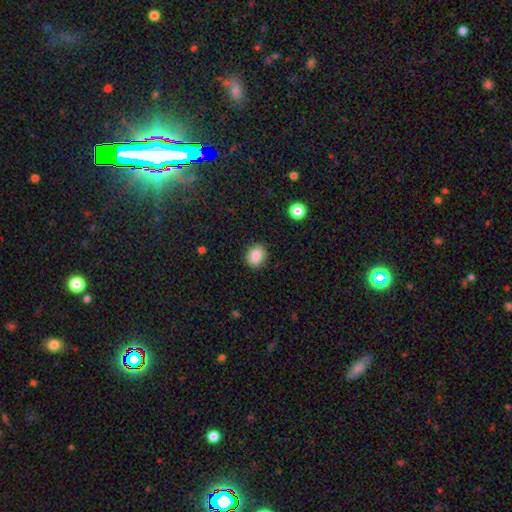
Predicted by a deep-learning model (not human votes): Smooth or featured?
  - smooth: 84% *
  - star or artifact: 9%
  - featured or disk: 6%
How rounded?
  - round: 64% *
  - in between: 35%
  - cigar-shaped: 1%
Merging?
  - none: 84% *
  - minor disturbance: 12%
  - major disturbance: 3%
  - merger: 1%